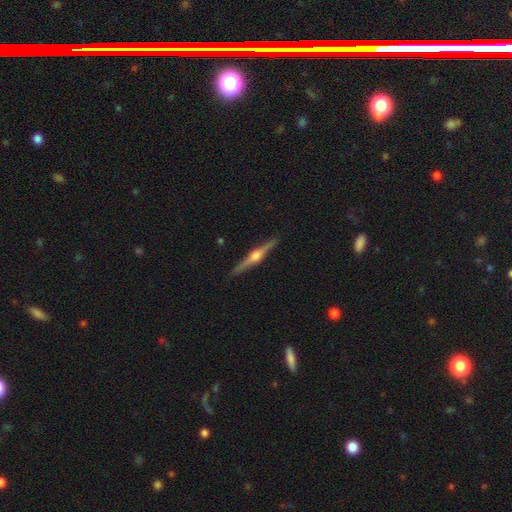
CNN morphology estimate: Smooth or featured? Predicted: featured or disk (p=0.83). Edge-on disk? Predicted: yes (p=0.98). Edge-on bulge? Predicted: rounded (p=0.94). Merging? Predicted: none (p=0.92).